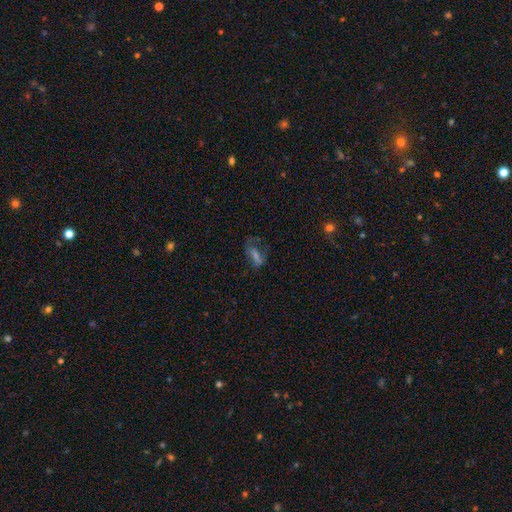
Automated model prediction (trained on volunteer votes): The model was most divided on "smooth or featured": smooth: 40%, featured or disk: 33%, star or artifact: 27%. Remaining: merging — none (49%).